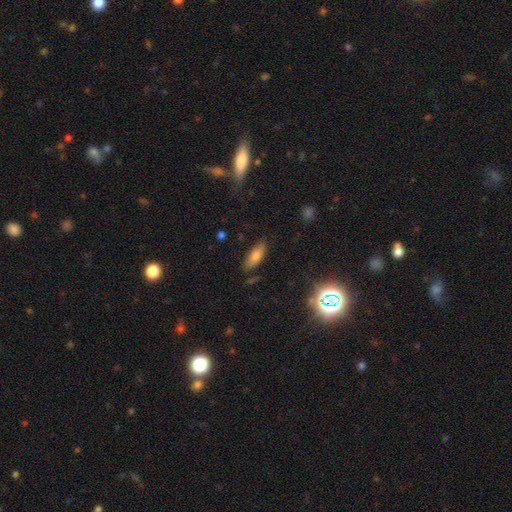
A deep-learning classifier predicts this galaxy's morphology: Smooth or featured: smooth — 75% (featured or disk — 15%)
How rounded: in between — 68% (cigar-shaped — 29%)
Merging: none — 82% (minor disturbance — 13%)